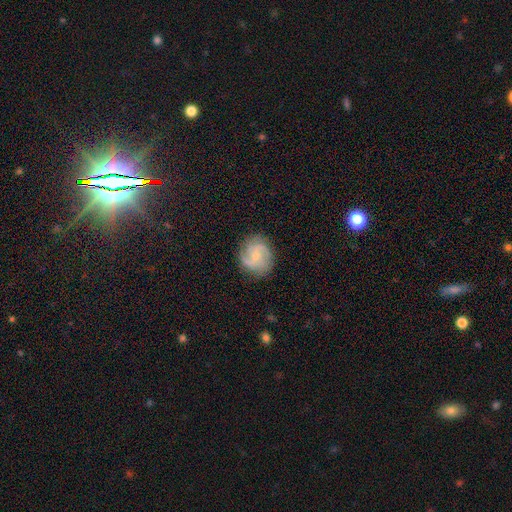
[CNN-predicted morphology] Q: Smooth or featured?
A: featured or disk (77%); runner-up: smooth (17%)
Q: Edge-on disk?
A: no (98%); runner-up: yes (2%)
Q: Bar?
A: no (56%); runner-up: weak (38%)
Q: Spiral arms?
A: yes (96%); runner-up: no (4%)
Q: Spiral winding?
A: medium (50%); runner-up: tight (29%)
Q: Spiral arm count?
A: 2 (46%); runner-up: 3 (30%)
Q: Bulge size?
A: small (68%); runner-up: moderate (25%)
Q: Merging?
A: none (80%); runner-up: minor disturbance (14%)